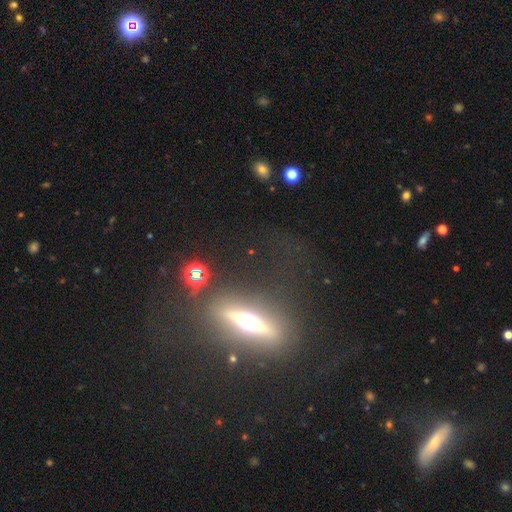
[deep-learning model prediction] This is likely a featured or disk galaxy (61%). It is likely viewed edge-on (75%). Merging: likely none (63%).